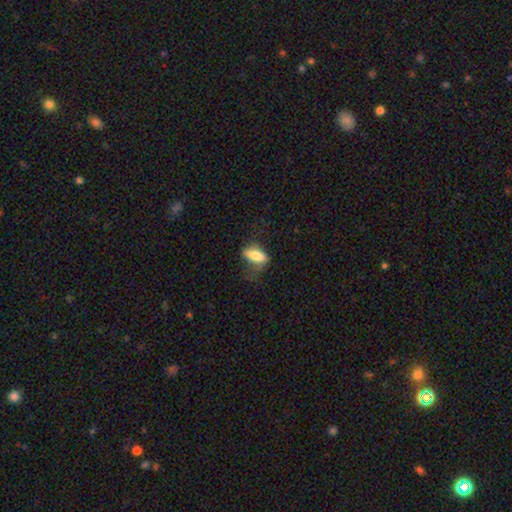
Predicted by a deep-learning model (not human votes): This appears to be a smooth galaxy with no disk features (70%) that is in between round and cigar-shaped (73%). Merging: none (54%).